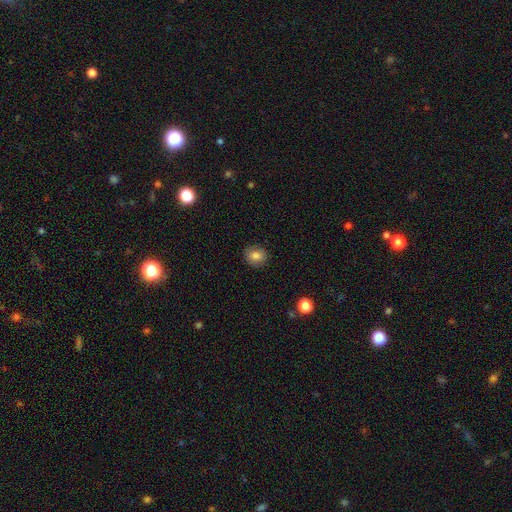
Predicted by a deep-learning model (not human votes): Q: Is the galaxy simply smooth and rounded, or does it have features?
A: smooth — 83%.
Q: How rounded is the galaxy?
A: round — 66%.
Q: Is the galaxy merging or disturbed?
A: none — 87%.